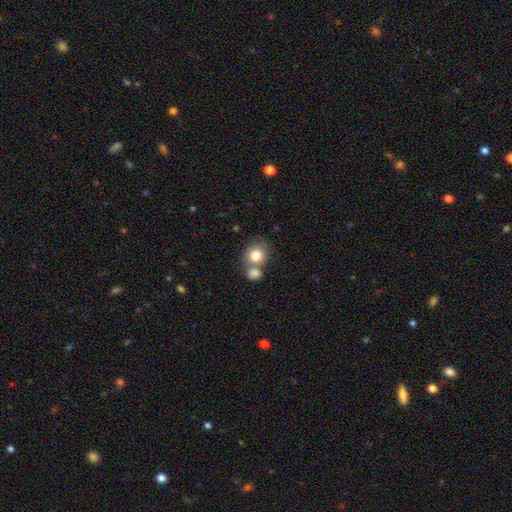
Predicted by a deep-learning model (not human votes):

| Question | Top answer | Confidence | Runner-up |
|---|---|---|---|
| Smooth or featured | smooth | 81% | featured or disk (11%) |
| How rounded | round | 71% | in between (28%) |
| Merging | merger | 44% | none (43%) |